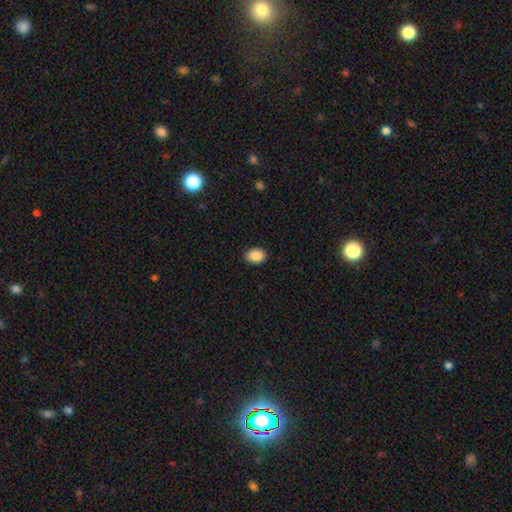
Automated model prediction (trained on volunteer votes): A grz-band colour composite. It shows a smooth galaxy with no disk features (88%) that is in between round and cigar-shaped (76%). Merging: none (90%).